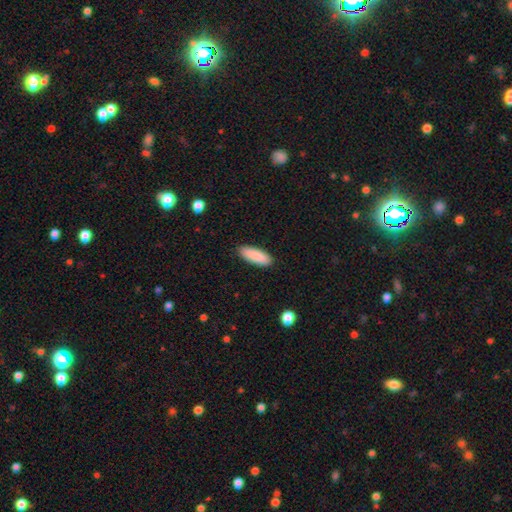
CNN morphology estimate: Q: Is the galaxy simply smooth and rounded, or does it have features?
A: smooth — 90%.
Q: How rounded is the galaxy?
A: in between — 61%.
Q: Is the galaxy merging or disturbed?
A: none — 90%.